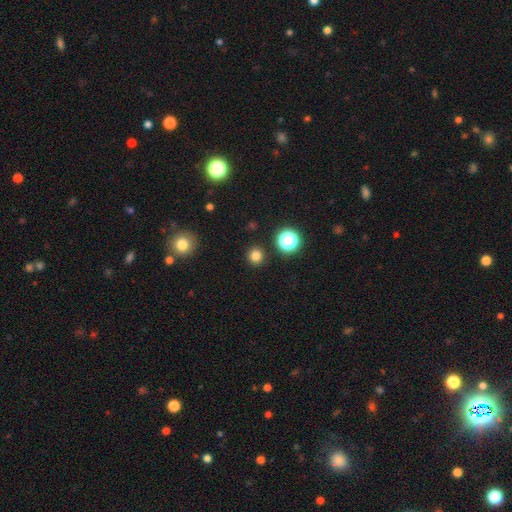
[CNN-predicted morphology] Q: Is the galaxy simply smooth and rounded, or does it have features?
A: smooth — 79%.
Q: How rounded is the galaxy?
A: round — 89%.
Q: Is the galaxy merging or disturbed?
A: none — 91%.